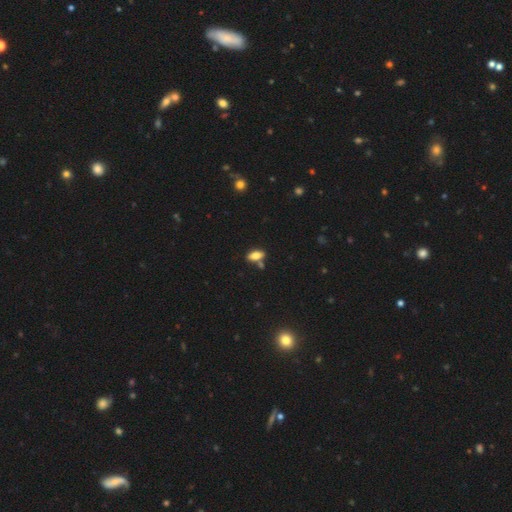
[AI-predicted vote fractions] Smooth or featured? smooth (76%)
How rounded? in between (85%)
Merging? none (70%)